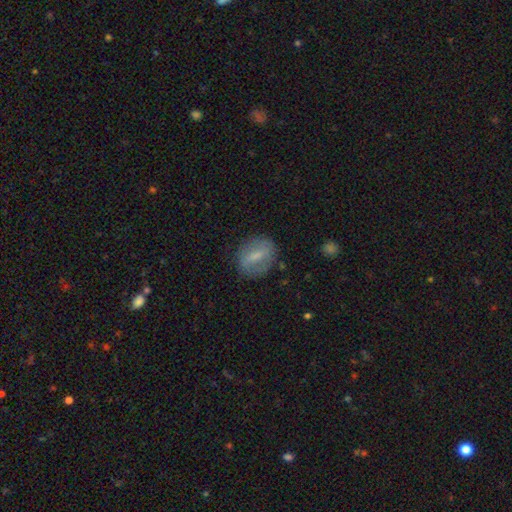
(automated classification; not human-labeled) Morphology: type=smooth (54%); roundness=in between (57%); merging=none (80%).